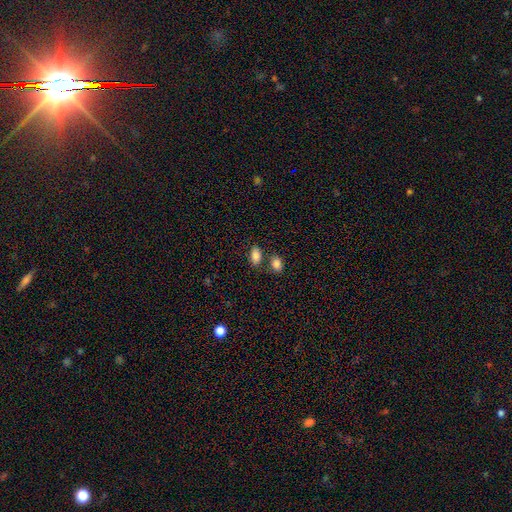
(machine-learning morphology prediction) smooth 85%, star or artifact 9%, featured or disk 6%. Down the decision tree: how rounded — in between (90%); merging — none (68%).